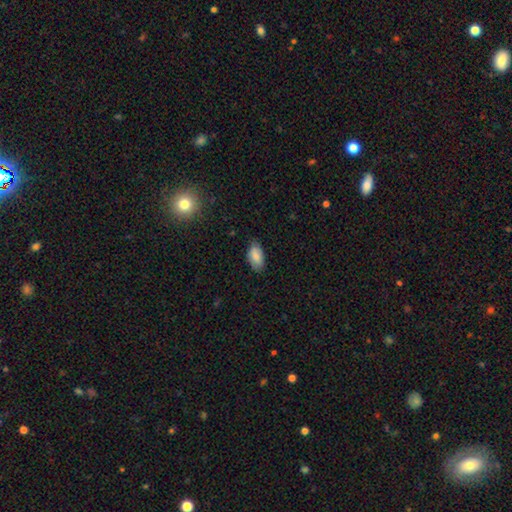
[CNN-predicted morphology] The model was most divided on "merging": none: 78%, minor disturbance: 18%, major disturbance: 3%, merger: 1%. More confident: how rounded — in between (94%); smooth or featured — smooth (85%).